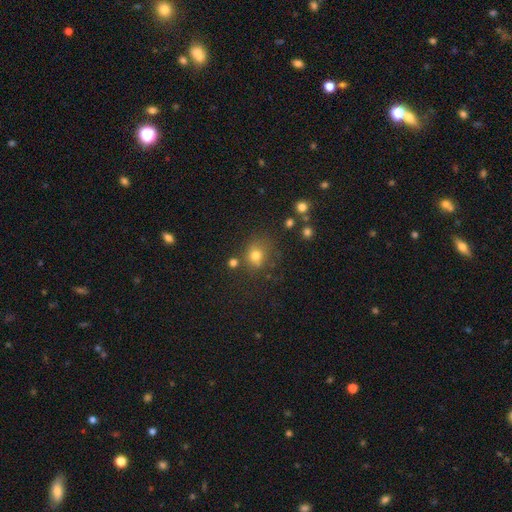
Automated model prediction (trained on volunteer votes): Overall: smooth (75%). How rounded: round (71%). Merging: none (64%).